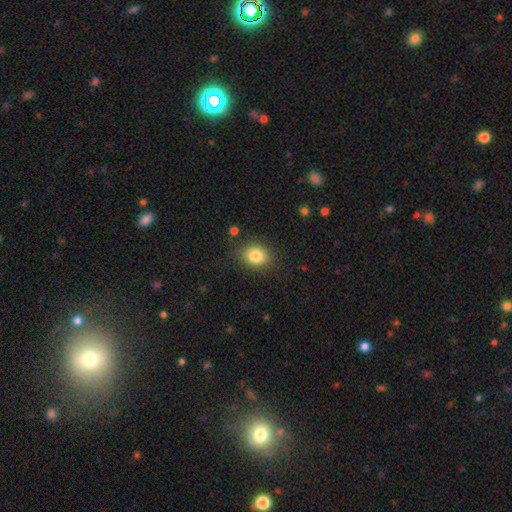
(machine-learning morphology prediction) smooth_or_featured: smooth (p=0.83) [alt: star or artifact p=0.10]
how_rounded: round (p=0.61) [alt: in between p=0.38]
merging: none (p=0.86) [alt: minor disturbance p=0.10]